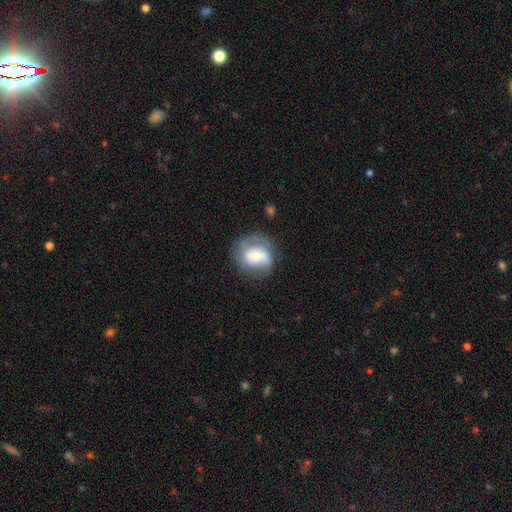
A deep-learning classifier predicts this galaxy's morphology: A featured or disk galaxy (64%) with no bar (42%), 2 (62%) medium (44%) spiral arms (87%) and a moderate central bulge (42%). Merging: none (64%).